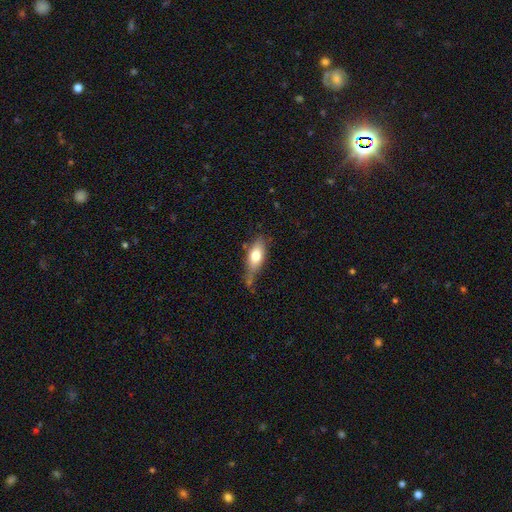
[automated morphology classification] type=smooth (69%); roundness=in between (75%); merging=none (49%).